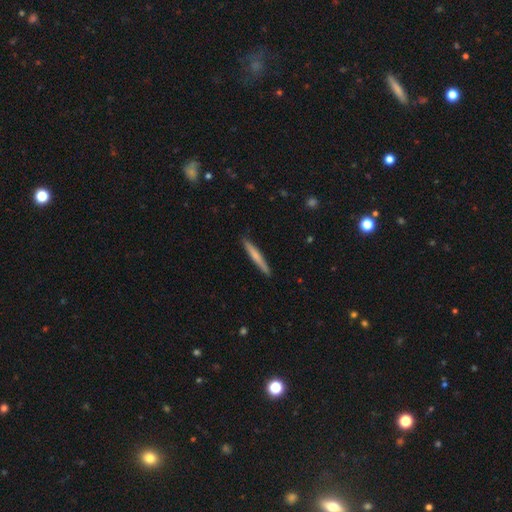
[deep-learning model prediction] Overall: smooth (59%; featured or disk 36%). How rounded: cigar-shaped (96%). Merging: none (90%).